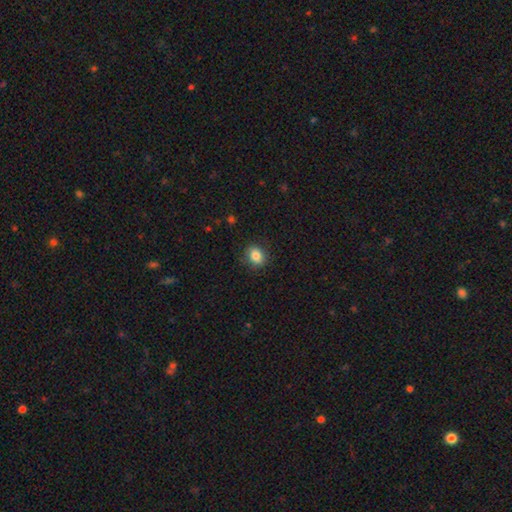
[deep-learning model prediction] This is clearly a smooth galaxy (85%). How rounded: possibly in between (53%). Merging: clearly none (86%).